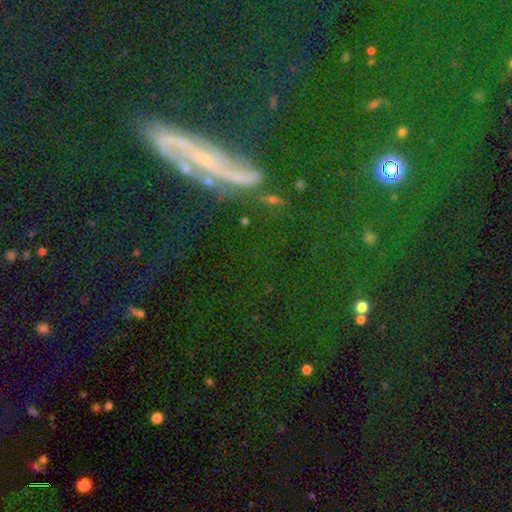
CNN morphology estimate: The model was most divided on "smooth or featured": star or artifact: 47%, featured or disk: 28%, smooth: 26%.